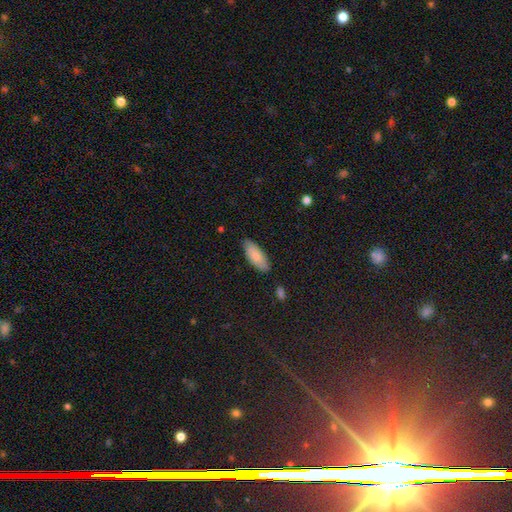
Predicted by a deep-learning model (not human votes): Smooth or featured: smooth — 83% (featured or disk — 11%)
How rounded: in between — 77% (cigar-shaped — 21%)
Merging: none — 84% (minor disturbance — 13%)